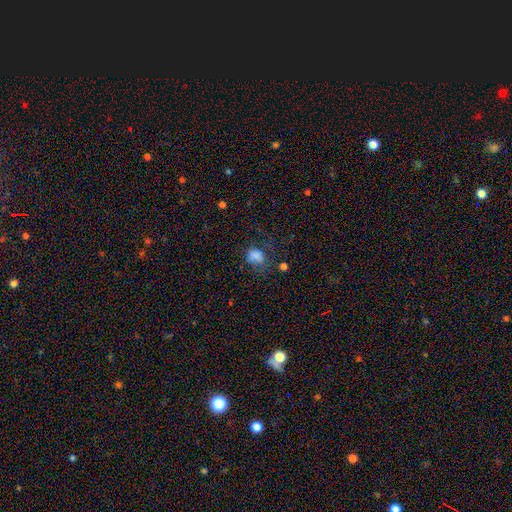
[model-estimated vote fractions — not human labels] Smooth or featured? Predicted: smooth (p=0.77). How rounded? Predicted: in between (p=0.54). Merging? Predicted: none (p=0.44).